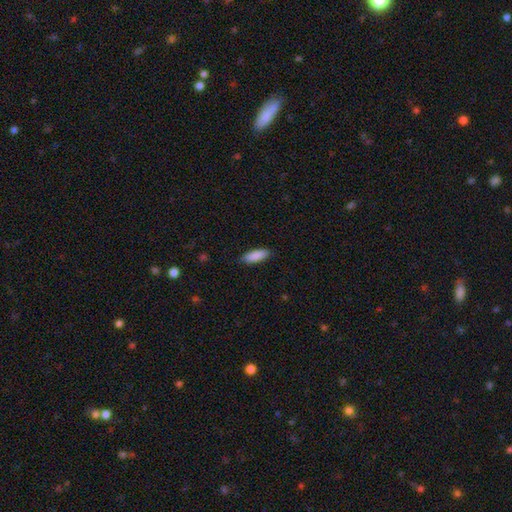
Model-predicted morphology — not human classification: Smooth or featured: smooth — 90% (star or artifact — 6%)
How rounded: in between — 64% (cigar-shaped — 35%)
Merging: none — 88% (minor disturbance — 9%)